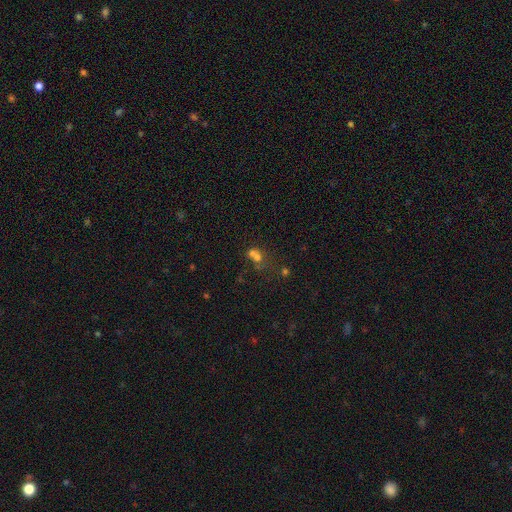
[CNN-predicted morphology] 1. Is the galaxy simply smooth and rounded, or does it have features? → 60% smooth, 21% star or artifact, 19% featured or disk.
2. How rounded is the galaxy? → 69% round, 30% in between, 1% cigar-shaped.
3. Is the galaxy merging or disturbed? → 58% merger, 29% none, 7% minor disturbance, 6% major disturbance.